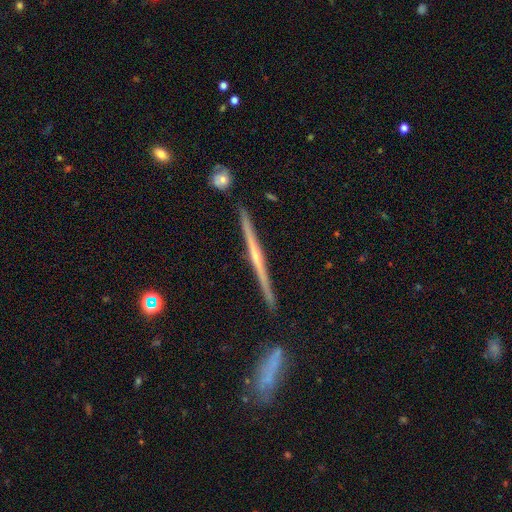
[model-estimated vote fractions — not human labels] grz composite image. It shows a featured or disk galaxy (80%) viewed edge-on (98%) with a rounded central bulge (64%). Merging: none (89%).